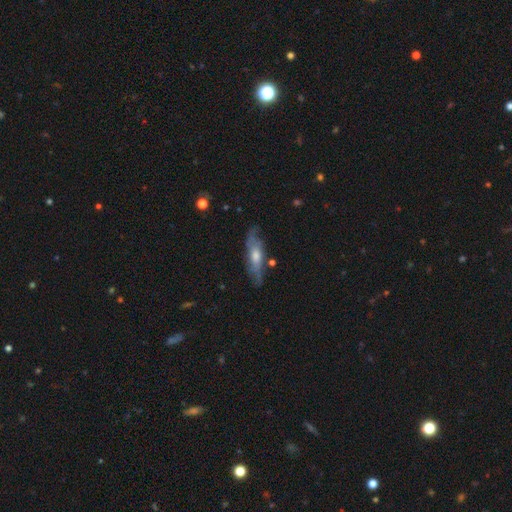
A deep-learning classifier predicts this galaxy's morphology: Overall: featured or disk (62%; smooth 31%). Edge-on disk: no (52%; yes 48%). Merging: none (74%).